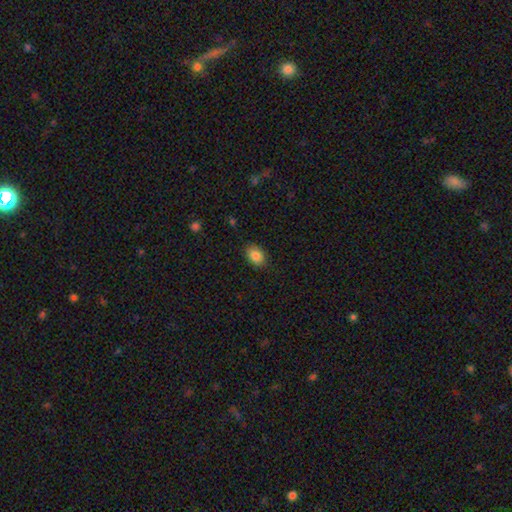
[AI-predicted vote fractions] Smooth or featured? Predicted: smooth (p=0.86). How rounded? Predicted: in between (p=0.81). Merging? Predicted: none (p=0.85).